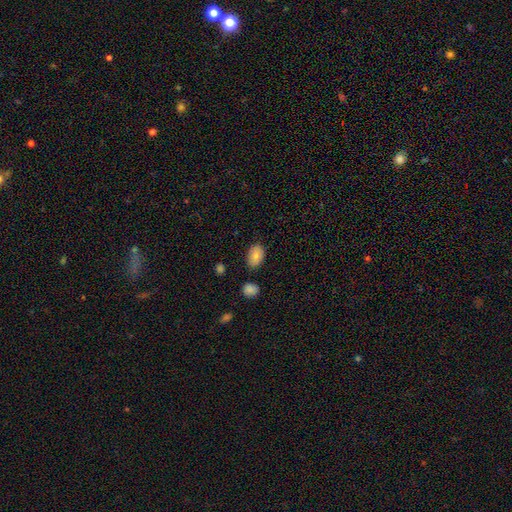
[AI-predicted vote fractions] Smooth or featured? smooth (85%)
How rounded? in between (89%)
Merging? none (81%)